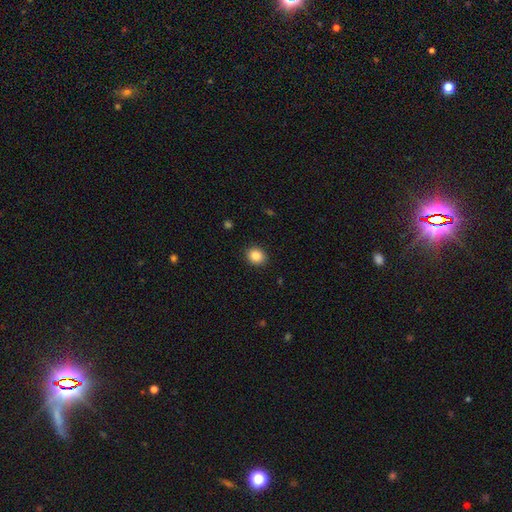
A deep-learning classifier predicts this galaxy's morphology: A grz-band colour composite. It shows a smooth galaxy with no disk features (87%) that is round (68%). Merging: none (90%).